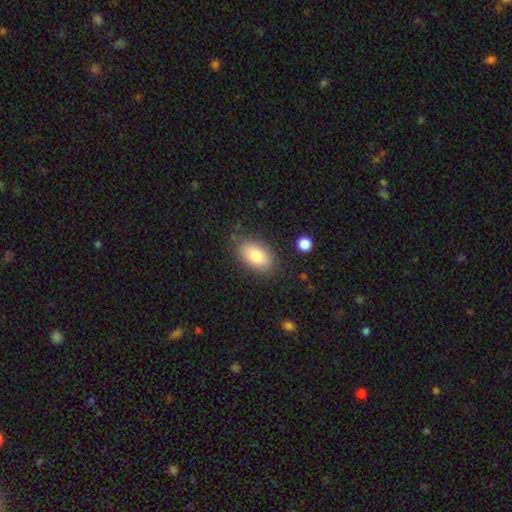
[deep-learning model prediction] Overall: smooth (80%). How rounded: in between (91%). Merging: none (80%).